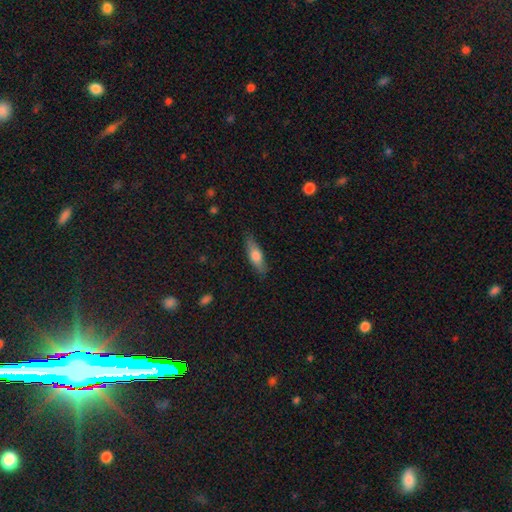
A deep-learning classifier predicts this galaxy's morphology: Smooth or featured: smooth — 67% (featured or disk — 26%)
How rounded: in between — 50% (cigar-shaped — 48%)
Merging: none — 83% (minor disturbance — 13%)